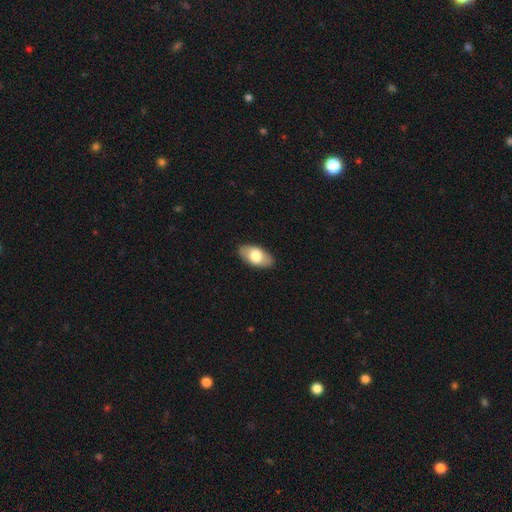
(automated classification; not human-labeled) The model was most divided on "smooth or featured": smooth: 71%, featured or disk: 23%, star or artifact: 6%. More confident: how rounded — in between (93%); merging — none (88%).